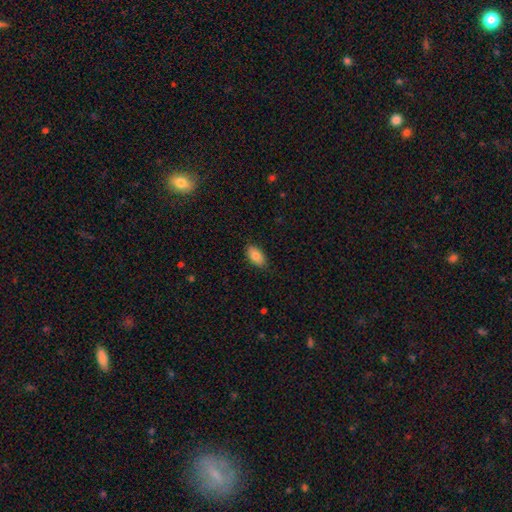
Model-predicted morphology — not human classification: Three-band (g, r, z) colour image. It shows a smooth galaxy with no disk features (83%) that is in between round and cigar-shaped (93%). Merging: none (85%).